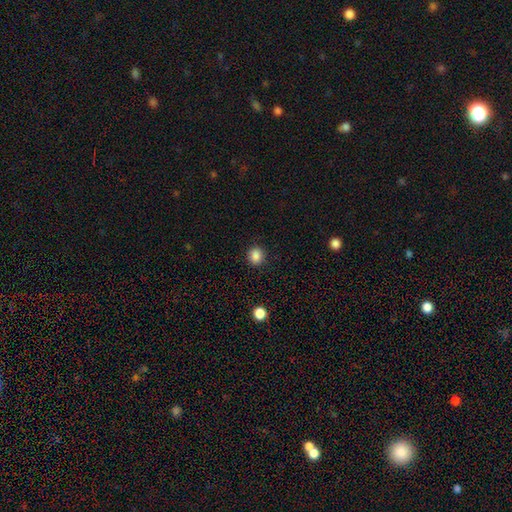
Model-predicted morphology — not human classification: The model was most divided on "how rounded": round: 76%, in between: 24%, cigar-shaped: 1%. More confident: merging — none (90%); smooth or featured — smooth (86%).